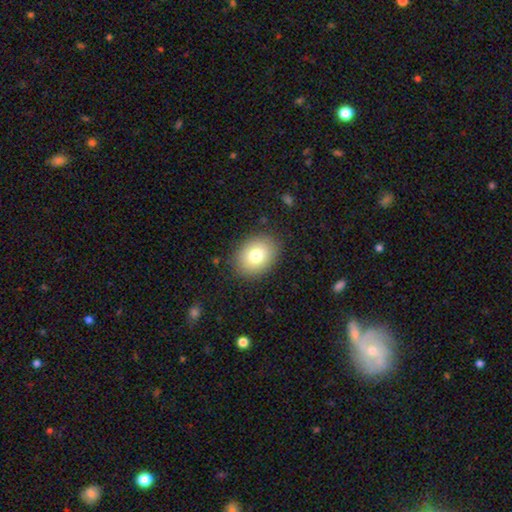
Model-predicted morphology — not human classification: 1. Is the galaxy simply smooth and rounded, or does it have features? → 79% smooth, 12% featured or disk, 9% star or artifact.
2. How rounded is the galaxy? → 61% in between, 38% round, 1% cigar-shaped.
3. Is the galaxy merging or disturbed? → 87% none, 9% minor disturbance, 3% major disturbance, 1% merger.